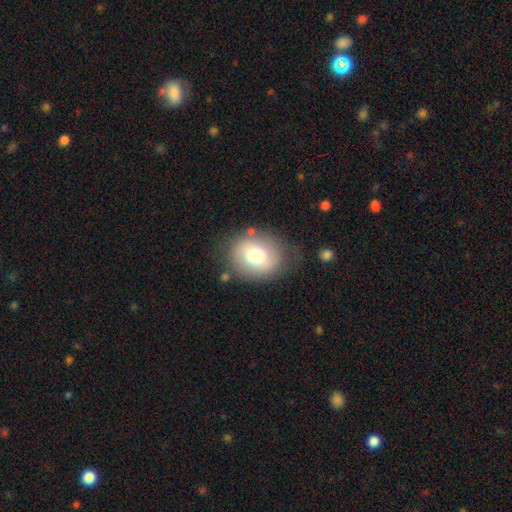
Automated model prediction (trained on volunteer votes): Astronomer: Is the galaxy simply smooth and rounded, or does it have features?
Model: smooth — 71%.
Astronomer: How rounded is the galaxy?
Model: round — 54% (runner-up: in between, 45%).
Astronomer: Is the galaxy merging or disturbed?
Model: none — 71%.